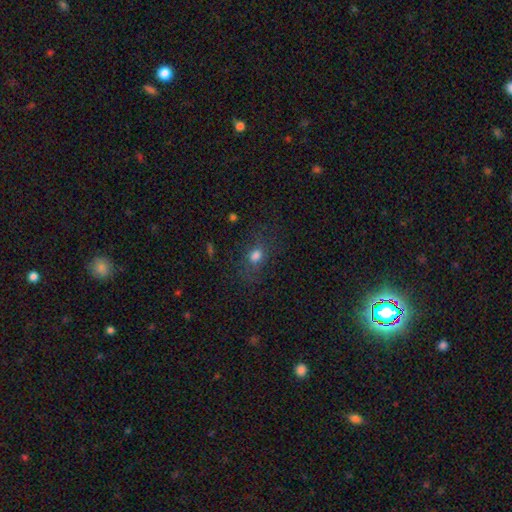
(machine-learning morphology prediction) smooth-or-featured: smooth: 70% | star or artifact: 16% | featured or disk: 13%
  how-rounded: in between: 55% | round: 42% | cigar-shaped: 3%
  merging: none: 67% | minor disturbance: 18% | major disturbance: 13% | merger: 2%